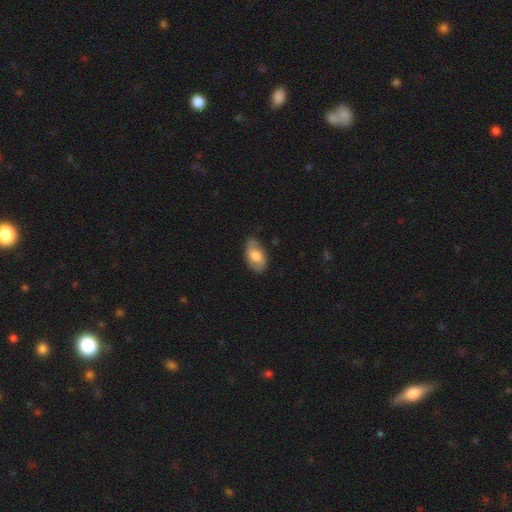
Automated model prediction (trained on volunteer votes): Overall: smooth (61%; featured or disk 33%). How rounded: in between (93%). Merging: none (73%).